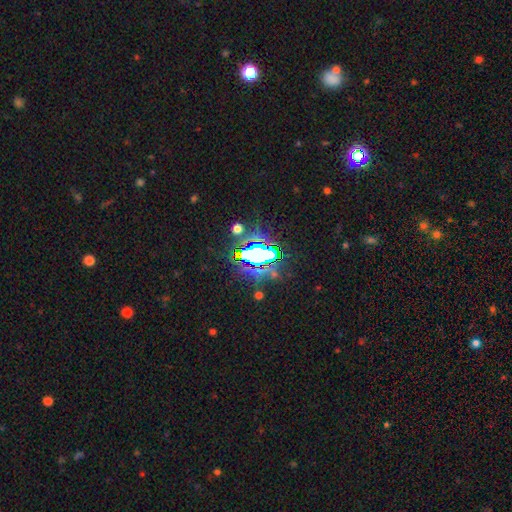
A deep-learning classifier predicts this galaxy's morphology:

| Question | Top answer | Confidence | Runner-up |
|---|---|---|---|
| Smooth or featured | star or artifact | 70% | smooth (17%) |